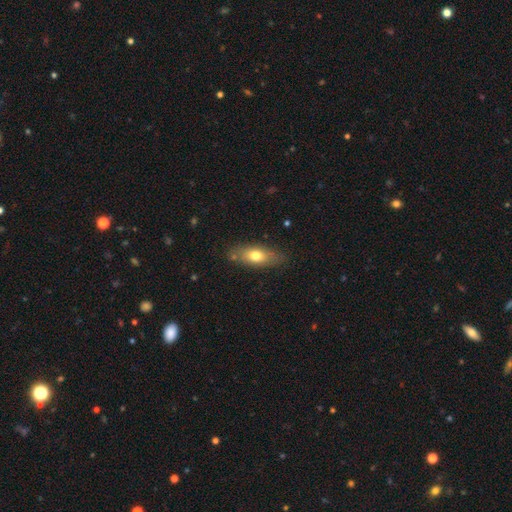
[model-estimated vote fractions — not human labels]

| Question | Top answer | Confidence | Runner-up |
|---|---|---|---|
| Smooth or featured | smooth | 69% | featured or disk (24%) |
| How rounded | in between | 74% | cigar-shaped (20%) |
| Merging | none | 78% | minor disturbance (15%) |